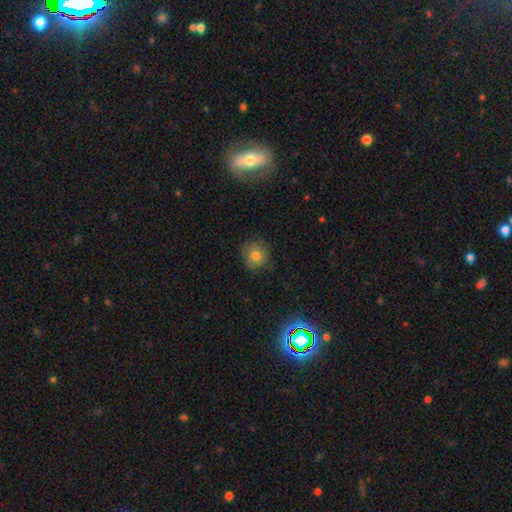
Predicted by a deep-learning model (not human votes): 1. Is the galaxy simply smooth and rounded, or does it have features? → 76% smooth, 13% featured or disk, 11% star or artifact.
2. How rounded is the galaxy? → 91% round, 8% in between, 1% cigar-shaped.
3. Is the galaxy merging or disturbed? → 81% none, 14% minor disturbance, 3% major disturbance, 1% merger.